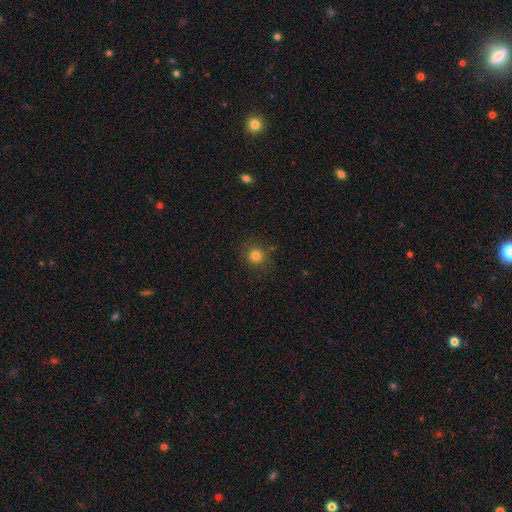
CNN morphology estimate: Q: Smooth or featured?
A: smooth (81%); runner-up: star or artifact (13%)
Q: How rounded?
A: round (91%); runner-up: in between (8%)
Q: Merging?
A: none (85%); runner-up: minor disturbance (10%)